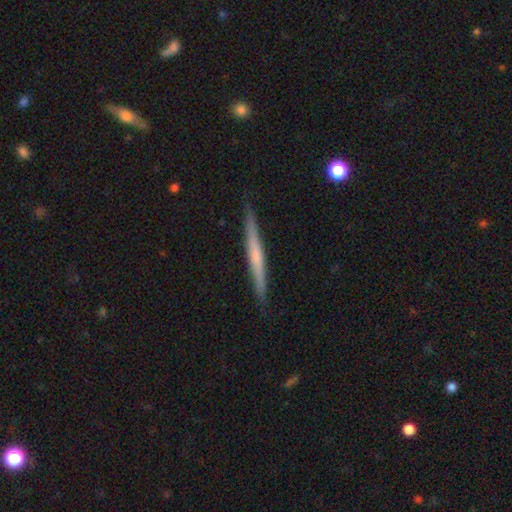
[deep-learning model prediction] A featured or disk galaxy (53%) viewed edge-on (97%) with no central bulge (62%). Merging: none (90%).